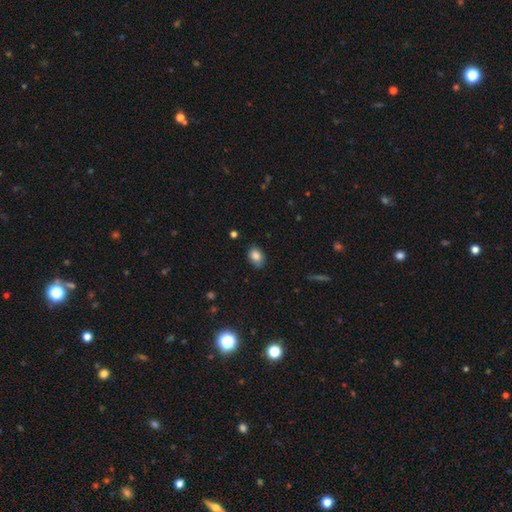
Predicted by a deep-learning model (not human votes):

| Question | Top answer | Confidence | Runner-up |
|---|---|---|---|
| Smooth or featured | smooth | 85% | star or artifact (9%) |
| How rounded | in between | 78% | round (21%) |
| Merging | none | 77% | minor disturbance (19%) |